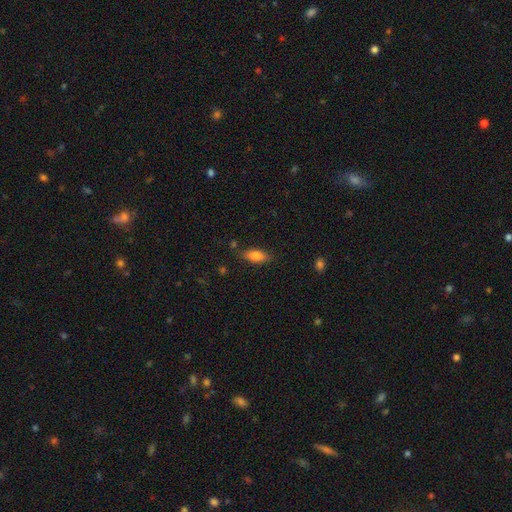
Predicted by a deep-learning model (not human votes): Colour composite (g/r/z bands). It shows a smooth galaxy with no disk features (79%) that is in between round and cigar-shaped (81%). Merging: none (80%).